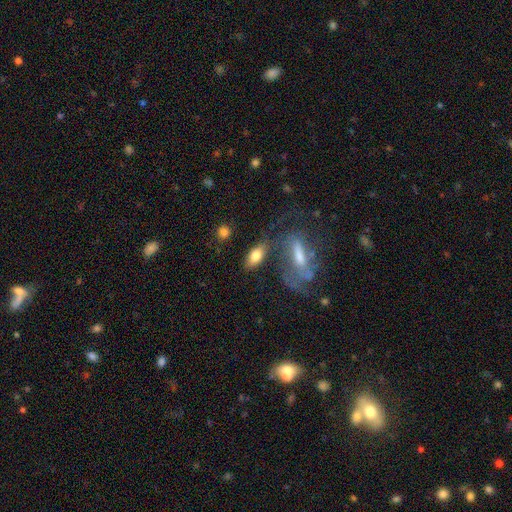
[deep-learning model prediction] Smooth or featured?
  - smooth: 77% *
  - featured or disk: 16%
  - star or artifact: 7%
How rounded?
  - in between: 84% *
  - cigar-shaped: 12%
  - round: 4%
Merging?
  - none: 67% *
  - minor disturbance: 15%
  - merger: 11%
  - major disturbance: 7%